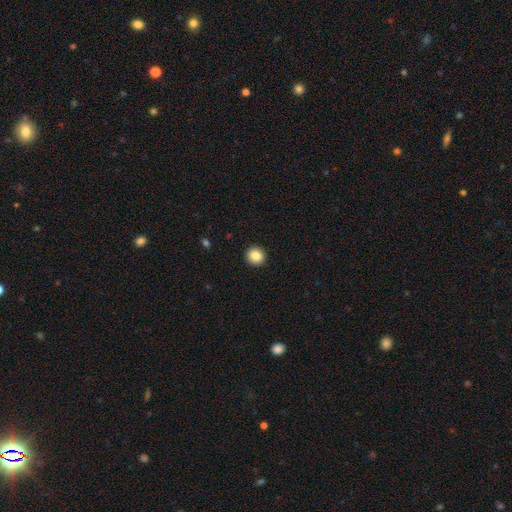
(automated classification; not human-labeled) Overall: smooth (86%). How rounded: round (91%). Merging: none (93%).